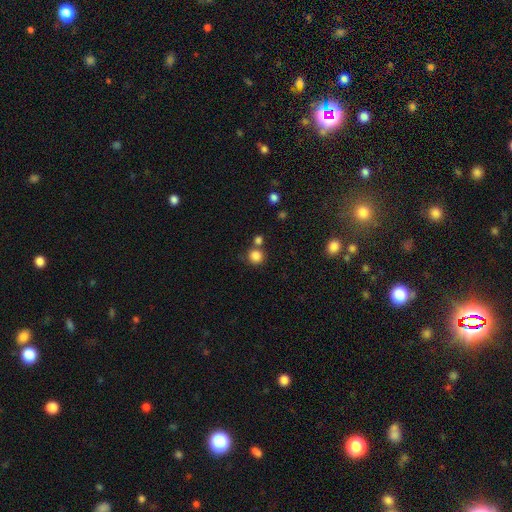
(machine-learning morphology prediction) A smooth galaxy with no disk features (84%) that is round (90%).

Vote fractions:
- Smooth or featured? smooth: 84% / star or artifact: 11% / featured or disk: 5%
- How rounded? round: 90% / in between: 9% / cigar-shaped: 1%
- Merging? none: 69% / merger: 19% / minor disturbance: 9% / major disturbance: 3%